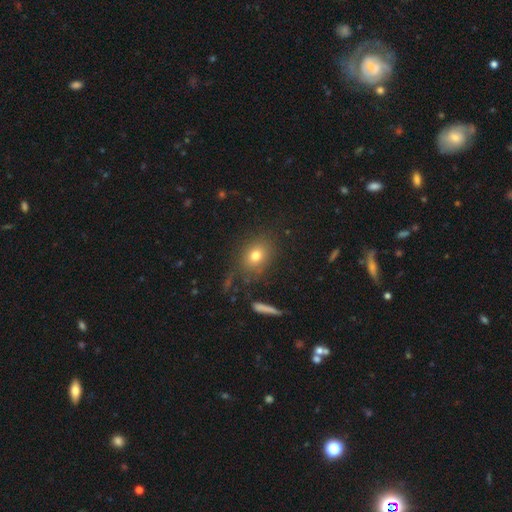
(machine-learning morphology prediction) smooth 75%, star or artifact 13%, featured or disk 12%. Down the decision tree: how rounded — round (51%); merging — none (79%).